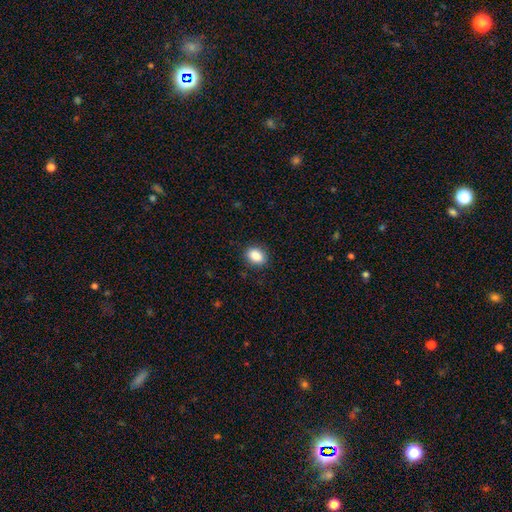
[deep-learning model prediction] smooth_or_featured: smooth (p=0.88) [alt: star or artifact p=0.08]
how_rounded: in between (p=0.66) [alt: round p=0.33]
merging: none (p=0.88) [alt: minor disturbance p=0.09]